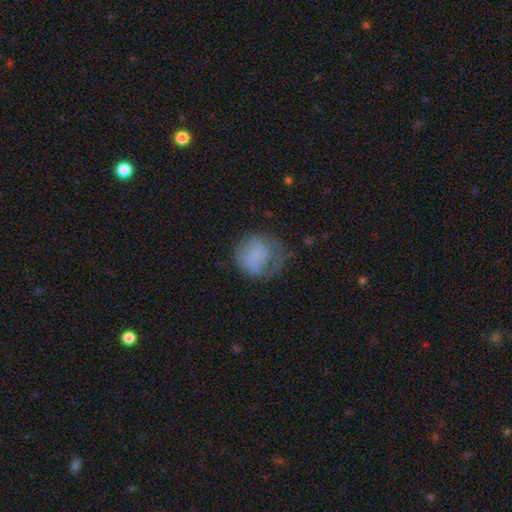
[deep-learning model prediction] This appears to be a smooth galaxy with no disk features (65%) that is round (82%). Merging: none (47%).